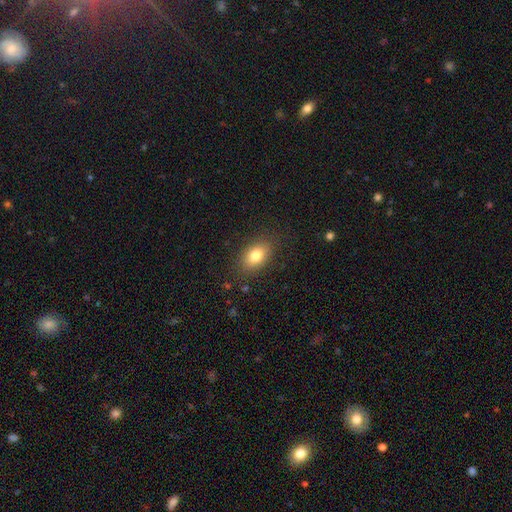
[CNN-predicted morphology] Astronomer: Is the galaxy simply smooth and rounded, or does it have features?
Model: smooth — 80%.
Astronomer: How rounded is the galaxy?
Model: in between — 84%.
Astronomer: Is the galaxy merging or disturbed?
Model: none — 85%.